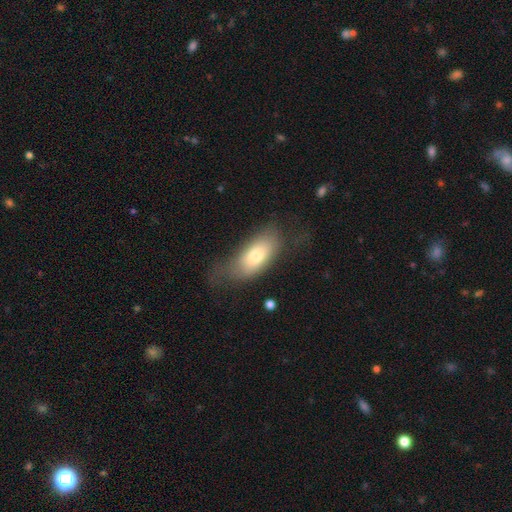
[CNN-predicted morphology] smooth-or-featured: smooth: 69% | featured or disk: 23% | star or artifact: 8%
  how-rounded: in between: 85% | cigar-shaped: 11% | round: 4%
  merging: none: 49% | minor disturbance: 29% | major disturbance: 20% | merger: 2%